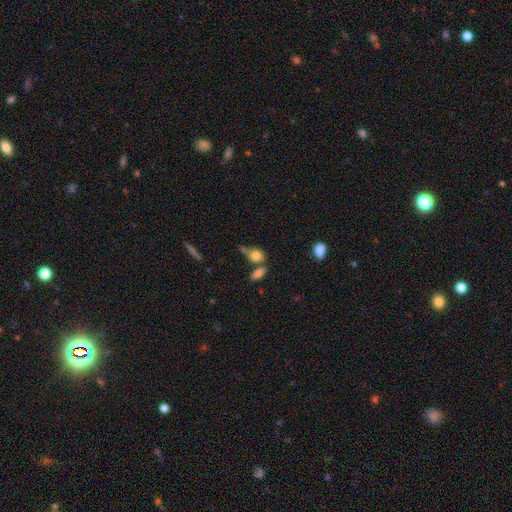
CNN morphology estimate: type=smooth (78%); roundness=in between (59%); merging=none (44%).